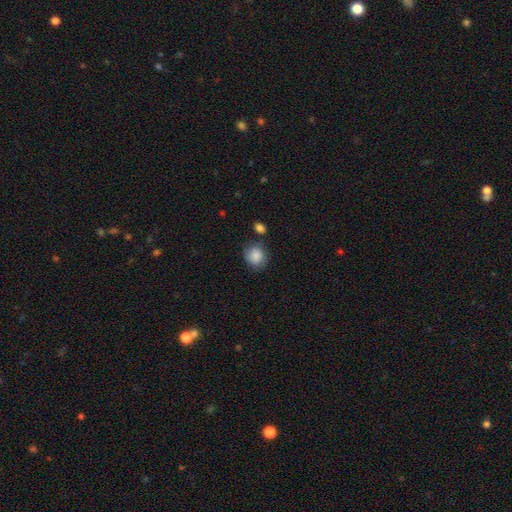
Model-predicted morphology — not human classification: smooth 85%, star or artifact 8%, featured or disk 7%. Down the decision tree: how rounded — round (75%); merging — none (69%).